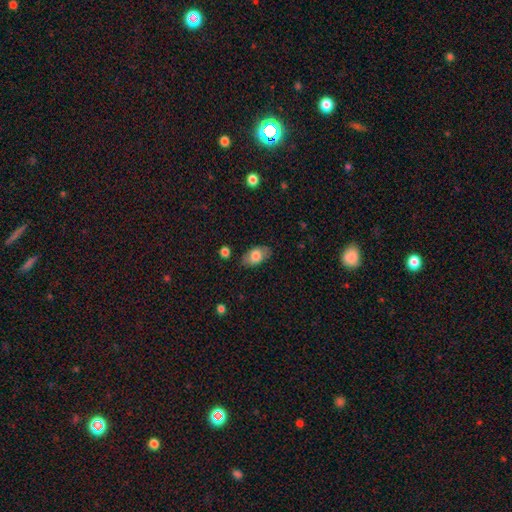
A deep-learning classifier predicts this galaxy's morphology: A smooth galaxy with no disk features (76%) that is in between round and cigar-shaped (92%).

Vote fractions:
- Smooth or featured? smooth: 76% / featured or disk: 17% / star or artifact: 7%
- How rounded? in between: 92% / round: 6% / cigar-shaped: 2%
- Merging? none: 81% / minor disturbance: 15% / major disturbance: 3% / merger: 2%